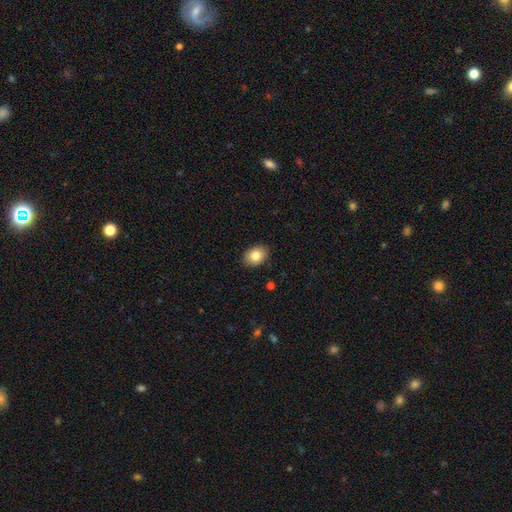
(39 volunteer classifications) Morphology: type=smooth (85%); roundness=in between (91%); merging=none (92%).